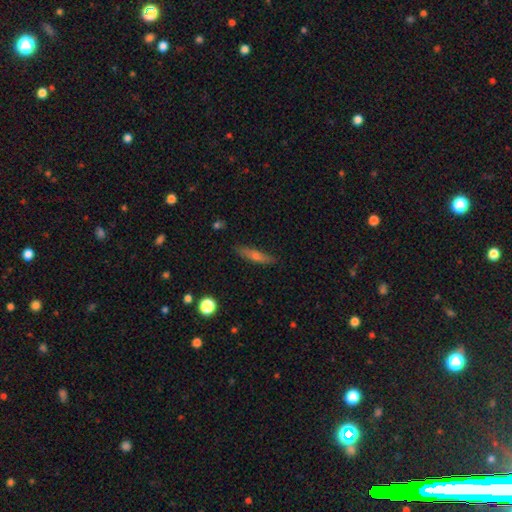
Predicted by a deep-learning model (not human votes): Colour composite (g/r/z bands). It shows a smooth galaxy with no disk features (49%). Merging: none (87%).